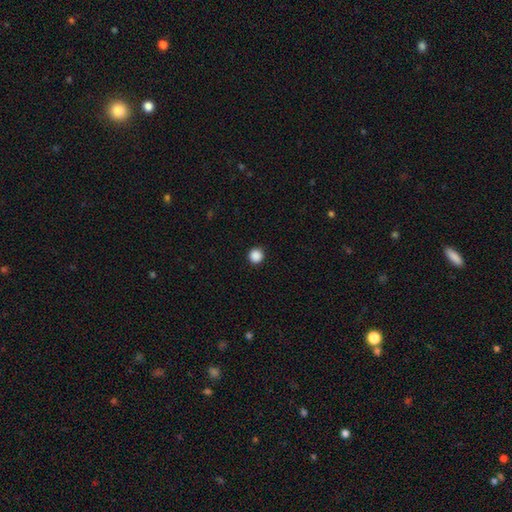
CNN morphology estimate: Smooth or featured? Predicted: smooth (p=0.88). How rounded? Predicted: round (p=0.96). Merging? Predicted: none (p=0.93).